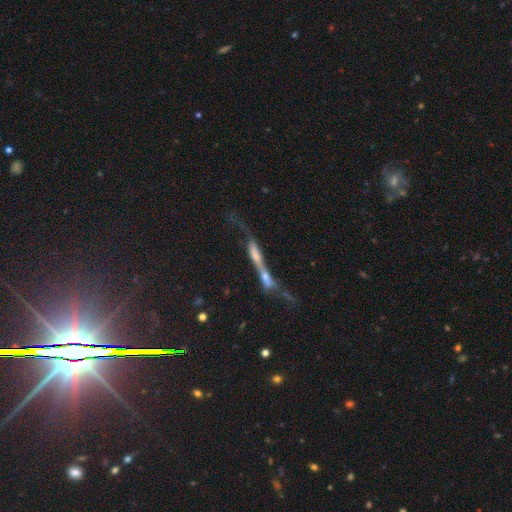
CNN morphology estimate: featured or disk 62%, smooth 23%, star or artifact 15%. Down the decision tree: edge-on disk — yes (58%); merging — merger (48%).